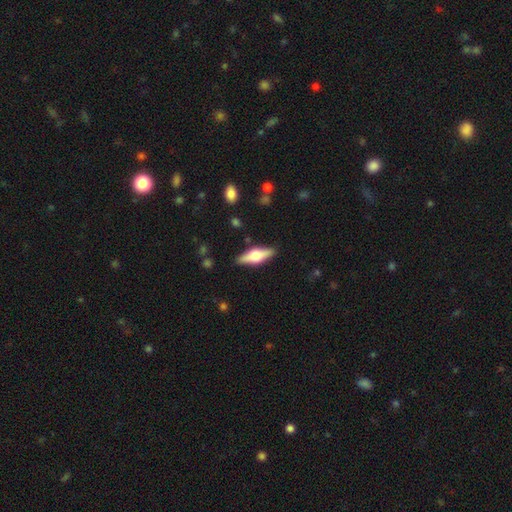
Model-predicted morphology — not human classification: smooth_or_featured: featured or disk (p=0.57) [alt: smooth p=0.38]
disk_edge_on: yes (p=0.94) [alt: no p=0.06]
edge_on_bulge: rounded (p=0.92) [alt: boxy p=0.06]
merging: none (p=0.87) [alt: minor disturbance p=0.09]